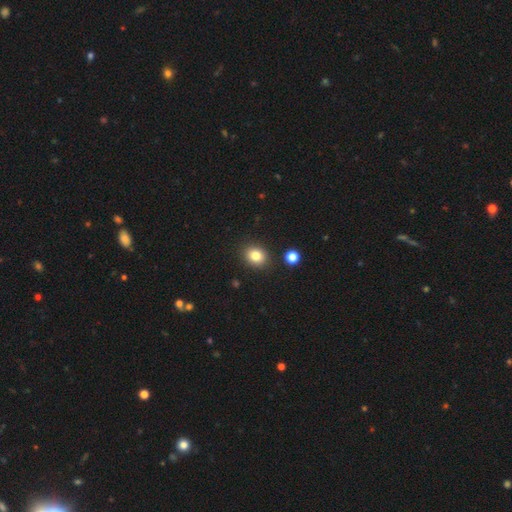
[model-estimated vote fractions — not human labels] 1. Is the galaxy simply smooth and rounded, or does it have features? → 82% smooth, 11% star or artifact, 7% featured or disk.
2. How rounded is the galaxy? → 59% round, 41% in between, 1% cigar-shaped.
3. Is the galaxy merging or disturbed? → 87% none, 8% minor disturbance, 3% merger, 2% major disturbance.